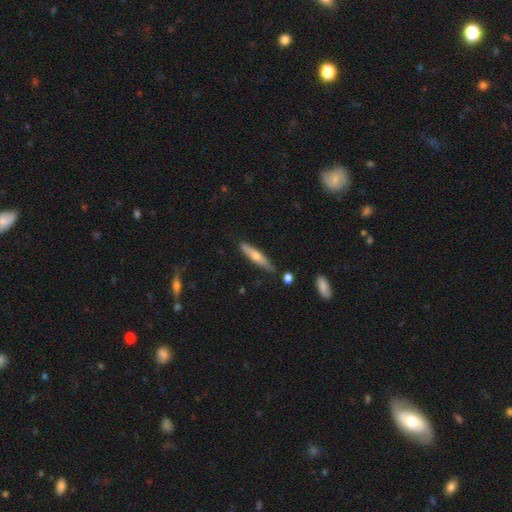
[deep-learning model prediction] smooth 51%, featured or disk 43%, star or artifact 6%. Down the decision tree: how rounded — cigar-shaped (84%); merging — none (77%).